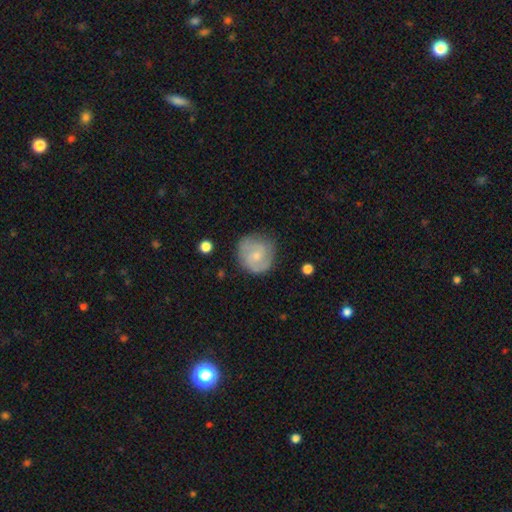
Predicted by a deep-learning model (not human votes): Overall: featured or disk (55%; smooth 38%). Edge-on disk: no (98%). Bar: no (65%; weak 31%). Spiral arms: yes (83%). Bulge size: small (59%; moderate 33%). Merging: none (73%).